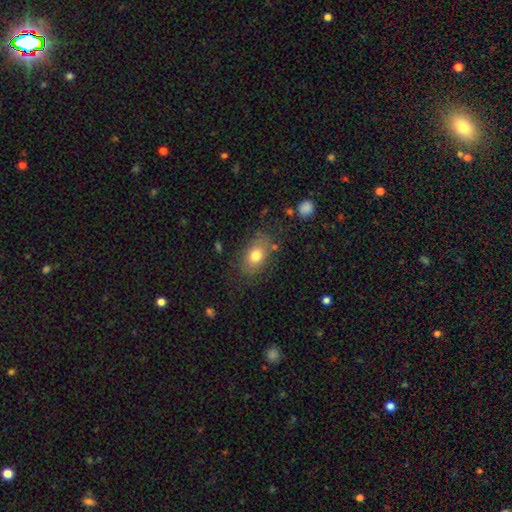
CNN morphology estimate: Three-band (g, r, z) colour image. It shows a smooth galaxy with no disk features (73%) that is in between round and cigar-shaped (81%). Merging: none (73%).